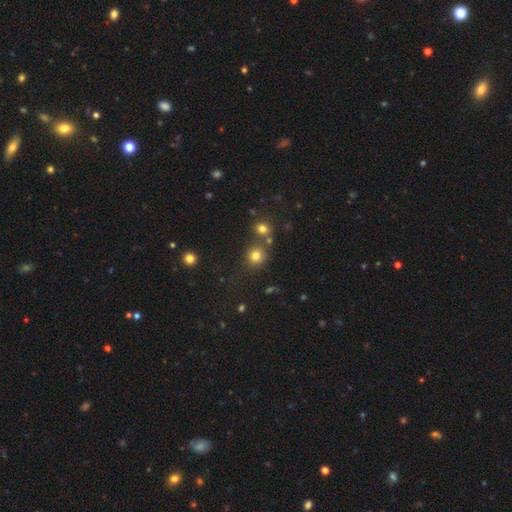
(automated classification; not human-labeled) Smooth or featured?
  - smooth: 78% *
  - star or artifact: 15%
  - featured or disk: 7%
How rounded?
  - round: 86% *
  - in between: 13%
  - cigar-shaped: 1%
Merging?
  - none: 72% *
  - merger: 15%
  - minor disturbance: 10%
  - major disturbance: 4%